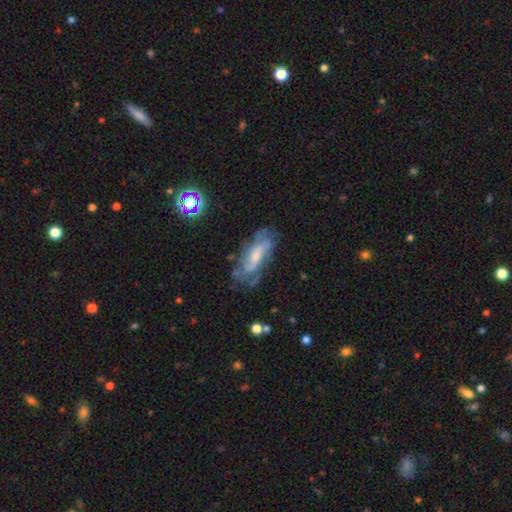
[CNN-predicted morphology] Smooth or featured? featured or disk (65%)
Edge-on disk? no (84%)
Bar? no (49%)
Spiral arms? yes (81%)
Bulge size? moderate (41%)
Merging? none (61%)